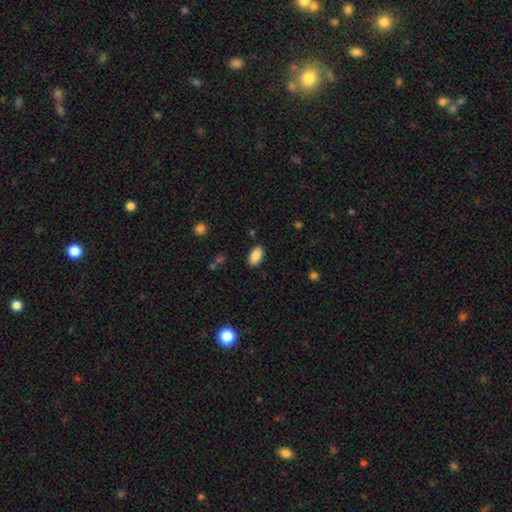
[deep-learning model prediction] smooth-or-featured: smooth: 87% | star or artifact: 8% | featured or disk: 5%
  how-rounded: in between: 94% | round: 4% | cigar-shaped: 2%
  merging: none: 87% | minor disturbance: 9% | major disturbance: 2% | merger: 1%